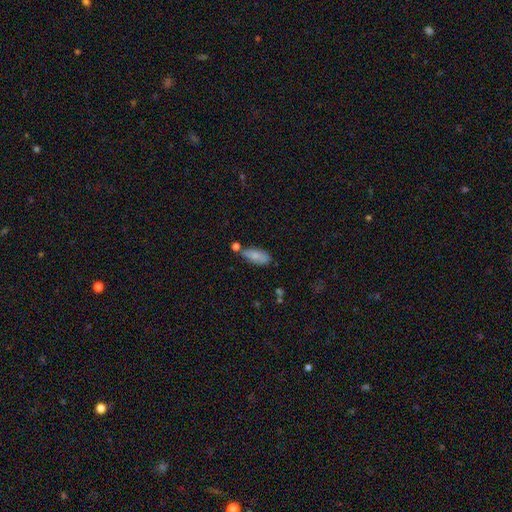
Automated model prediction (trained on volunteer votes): Smooth or featured? smooth (79%)
How rounded? in between (80%)
Merging? none (57%)